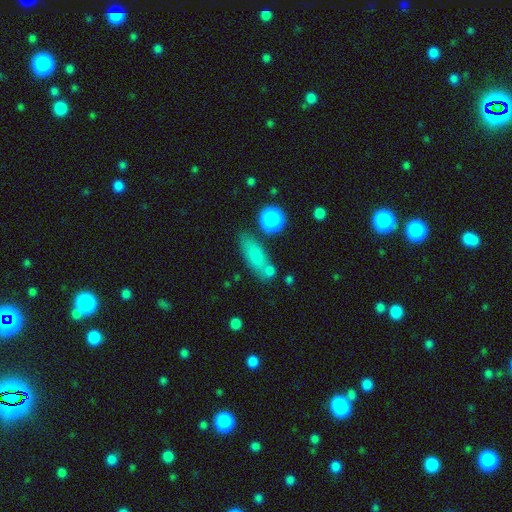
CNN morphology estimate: Q: Smooth or featured?
A: smooth (76%); runner-up: featured or disk (12%)
Q: How rounded?
A: in between (62%); runner-up: cigar-shaped (31%)
Q: Merging?
A: none (64%); runner-up: minor disturbance (18%)